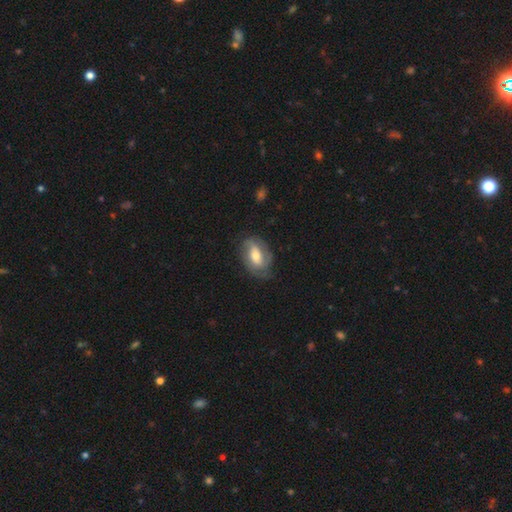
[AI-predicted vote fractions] Q: Smooth or featured?
A: featured or disk (58%); runner-up: smooth (35%)
Q: Edge-on disk?
A: no (93%); runner-up: yes (7%)
Q: Bar?
A: weak (38%); runner-up: no (36%)
Q: Spiral arms?
A: yes (78%); runner-up: no (22%)
Q: Bulge size?
A: moderate (62%); runner-up: small (24%)
Q: Merging?
A: none (67%); runner-up: minor disturbance (22%)